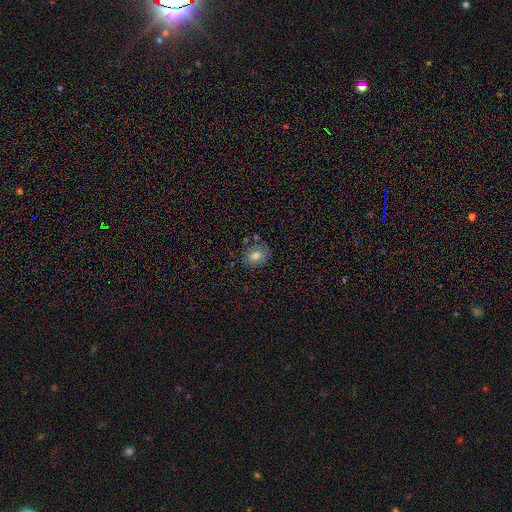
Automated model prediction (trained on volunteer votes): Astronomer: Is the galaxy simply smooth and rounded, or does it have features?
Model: smooth — 71%.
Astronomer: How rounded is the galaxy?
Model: in between — 69%.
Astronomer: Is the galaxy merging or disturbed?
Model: none — 74%.